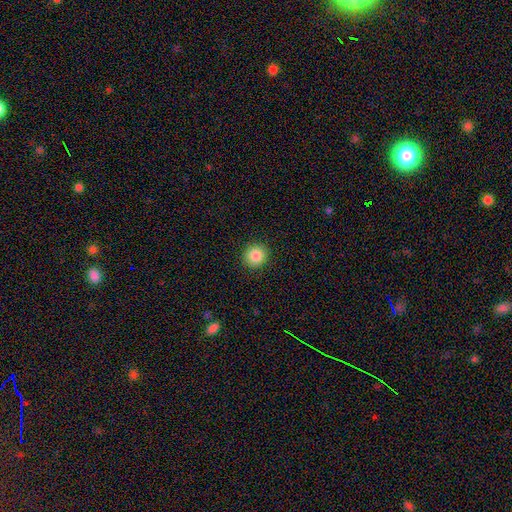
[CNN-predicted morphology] This appears to be a smooth galaxy with no disk features (86%) that is round (92%). Merging: none (91%).